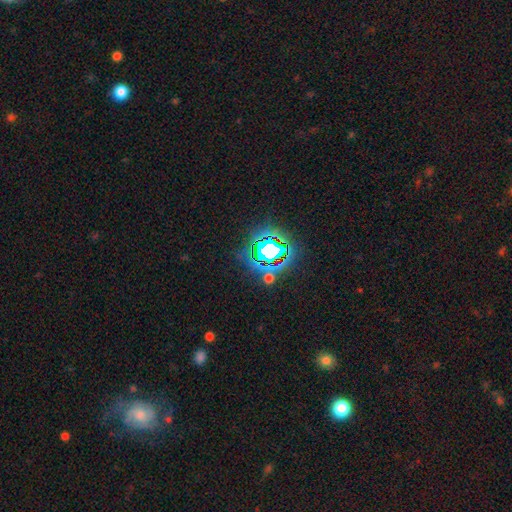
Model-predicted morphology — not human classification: Smooth or featured? star or artifact (81%)